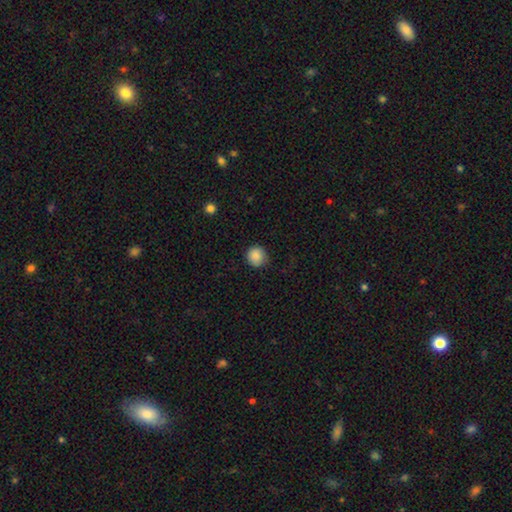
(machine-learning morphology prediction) Overall: smooth (87%). How rounded: round (91%). Merging: none (84%).